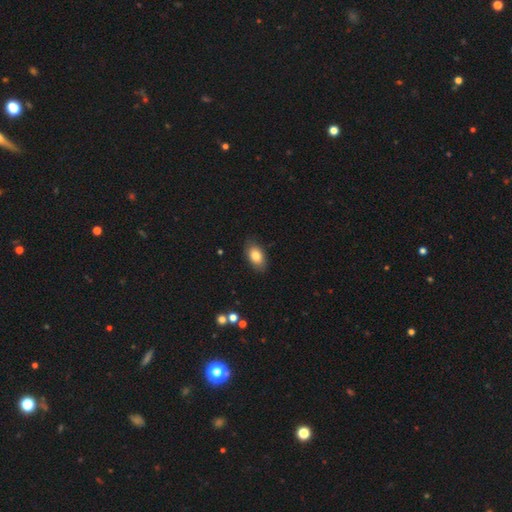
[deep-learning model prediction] This appears to be a smooth galaxy with no disk features (82%) that is in between round and cigar-shaped (90%). Merging: none (84%).